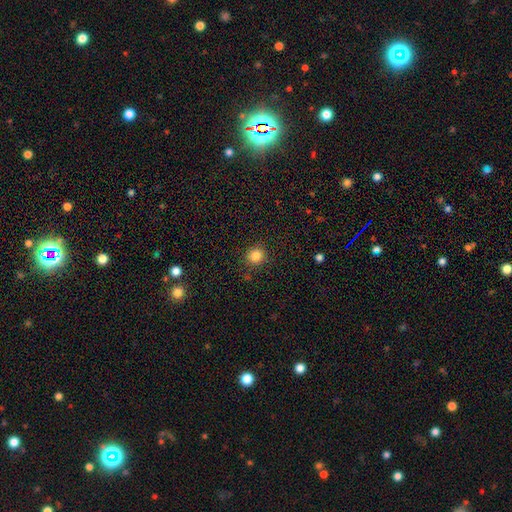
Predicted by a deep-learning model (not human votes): This is clearly a smooth galaxy (84%). How rounded: clearly round (89%). Merging: clearly none (88%).